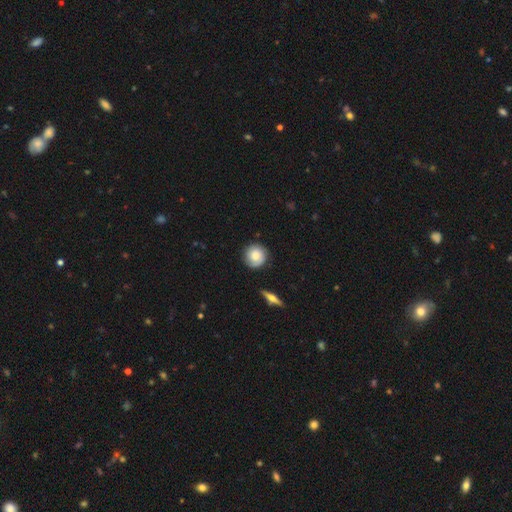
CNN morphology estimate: Smooth or featured? Predicted: smooth (p=0.64). How rounded? Predicted: round (p=0.93). Merging? Predicted: none (p=0.82).